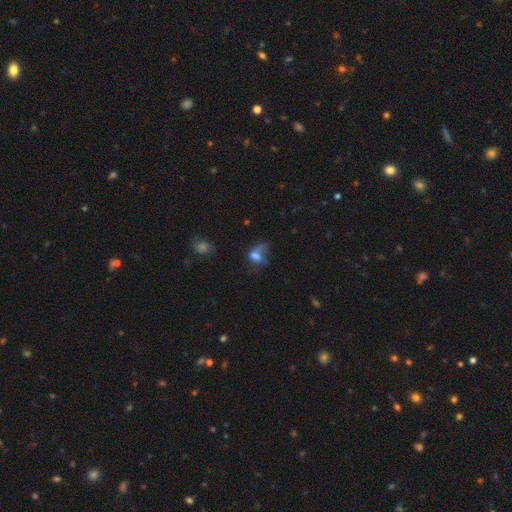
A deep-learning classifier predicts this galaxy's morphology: smooth 60%, featured or disk 24%, star or artifact 16%. Down the decision tree: how rounded — in between (74%); merging — major disturbance (38%).